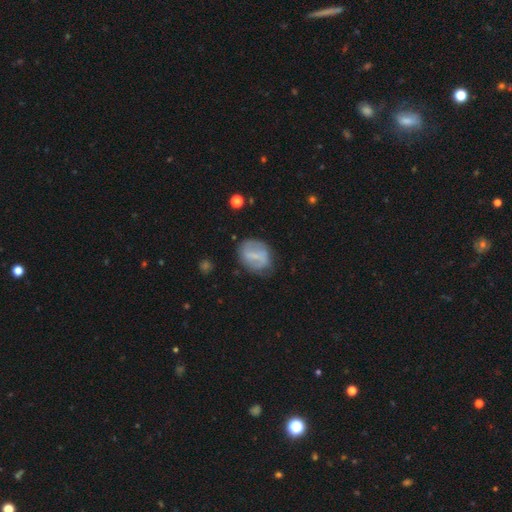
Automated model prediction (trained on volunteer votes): smooth-or-featured: featured or disk: 48% | smooth: 44% | star or artifact: 8%
  merging: none: 69% | minor disturbance: 21% | major disturbance: 8% | merger: 2%